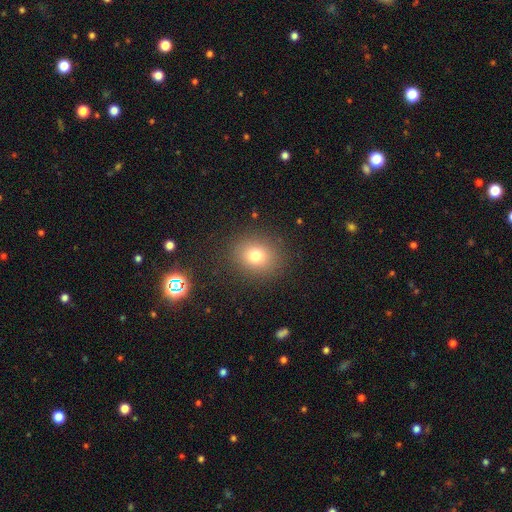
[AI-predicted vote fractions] Smooth or featured? Predicted: smooth (p=0.76). How rounded? Predicted: round (p=0.67). Merging? Predicted: none (p=0.87).